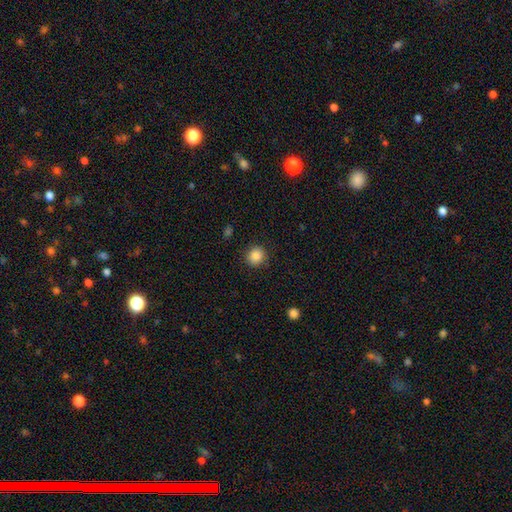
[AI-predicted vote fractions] Morphology: type=smooth (87%); roundness=round (88%); merging=none (88%).